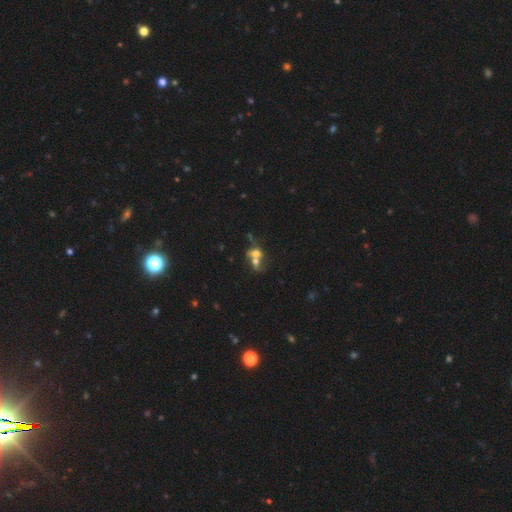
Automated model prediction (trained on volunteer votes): A smooth galaxy with no disk features (48%).

Vote fractions:
- Smooth or featured? smooth: 48% / featured or disk: 34% / star or artifact: 18%
- Merging? merger: 69% / none: 18% / major disturbance: 8% / minor disturbance: 6%